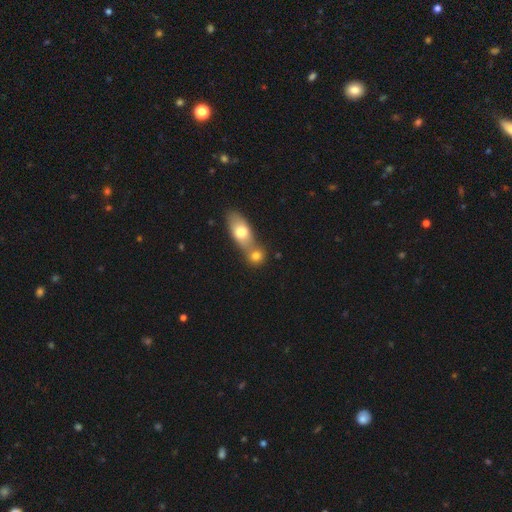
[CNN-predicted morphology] A smooth galaxy with no disk features (78%) that is round (61%). Merging: merger (55%).